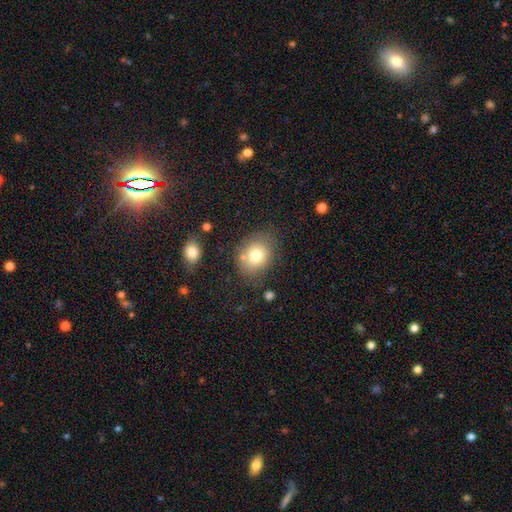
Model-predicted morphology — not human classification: This is likely a smooth galaxy (75%). How rounded: possibly round (52%). Merging: likely none (69%).